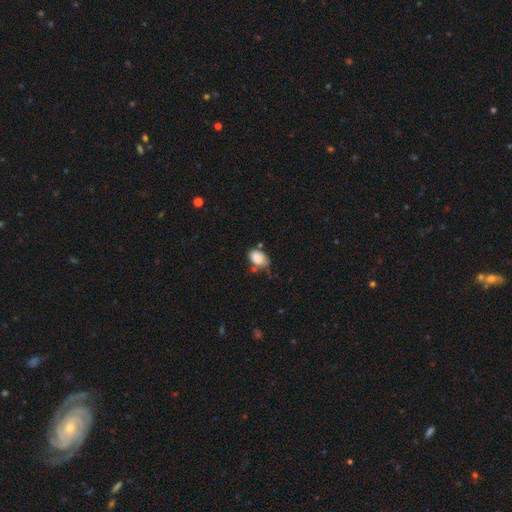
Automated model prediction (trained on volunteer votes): The model was most divided on "merging": none: 41%, minor disturbance: 34%, merger: 13%, major disturbance: 12%. More confident: smooth or featured — smooth (81%); how rounded — in between (78%).